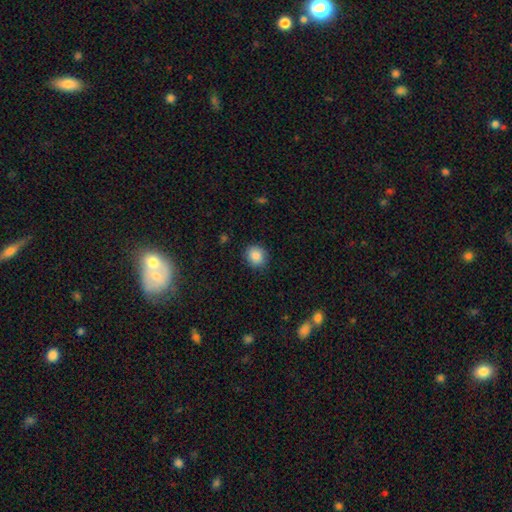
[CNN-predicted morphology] Smooth or featured?
  - smooth: 87% *
  - star or artifact: 9%
  - featured or disk: 4%
How rounded?
  - round: 78% *
  - in between: 21%
  - cigar-shaped: 1%
Merging?
  - none: 87% *
  - minor disturbance: 10%
  - major disturbance: 3%
  - merger: 1%